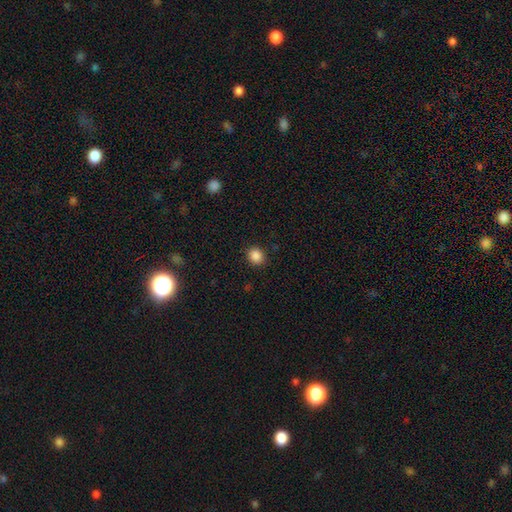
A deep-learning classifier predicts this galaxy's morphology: A smooth galaxy with no disk features (87%) that is round (74%). Merging: none (90%).